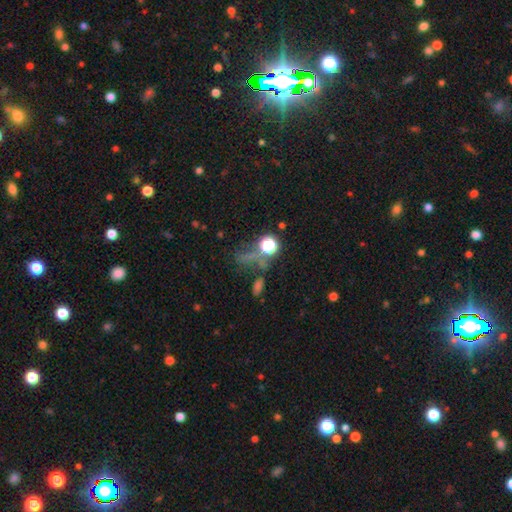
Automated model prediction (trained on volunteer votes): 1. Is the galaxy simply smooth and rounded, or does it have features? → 59% star or artifact, 26% smooth, 15% featured or disk.